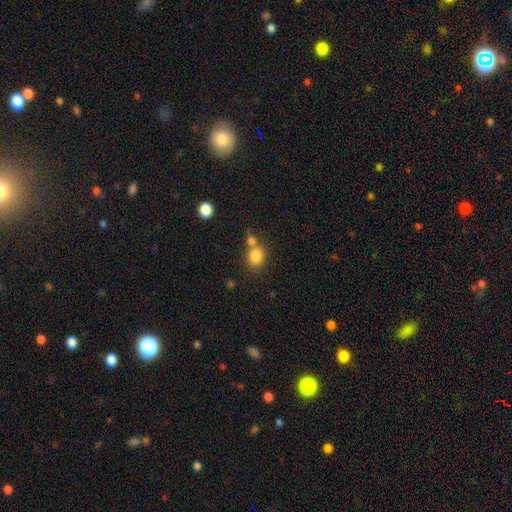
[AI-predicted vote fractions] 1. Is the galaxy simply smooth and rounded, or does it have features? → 83% smooth, 10% star or artifact, 7% featured or disk.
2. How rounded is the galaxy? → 66% round, 33% in between, 1% cigar-shaped.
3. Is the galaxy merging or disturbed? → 52% none, 33% merger, 11% minor disturbance, 4% major disturbance.